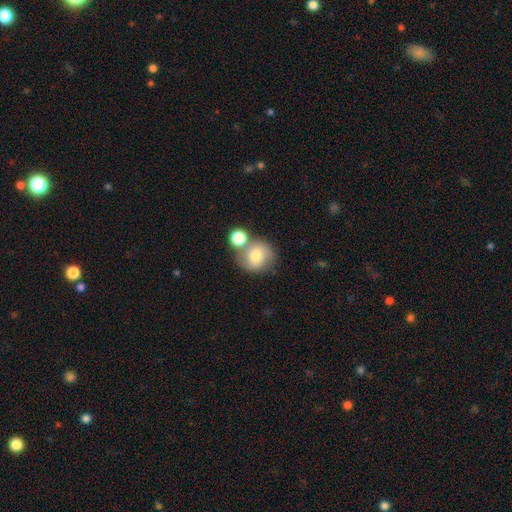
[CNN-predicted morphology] Overall: smooth (65%). How rounded: round (83%). Merging: none (51%; merger 30%).